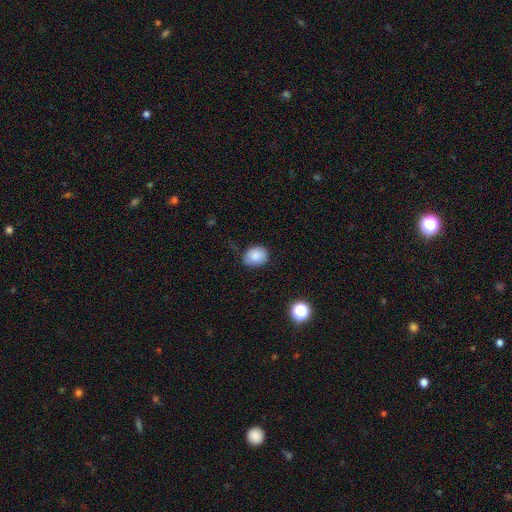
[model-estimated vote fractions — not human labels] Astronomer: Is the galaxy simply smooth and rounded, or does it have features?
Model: smooth — 85%.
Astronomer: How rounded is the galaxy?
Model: in between — 57% (runner-up: round, 43%).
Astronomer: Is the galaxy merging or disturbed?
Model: none — 72%.